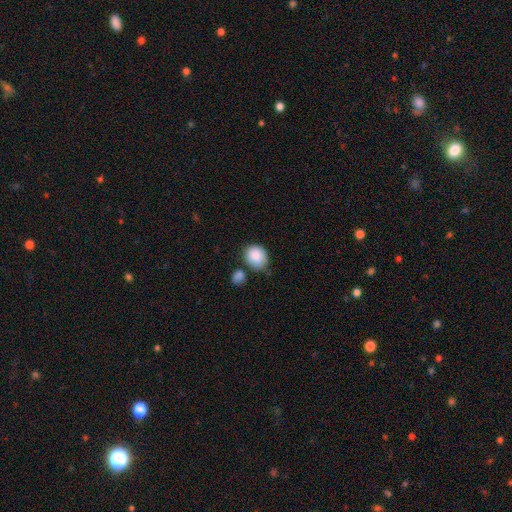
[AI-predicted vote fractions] This is clearly a smooth galaxy (87%). How rounded: likely round (60%). Merging: likely none (66%).